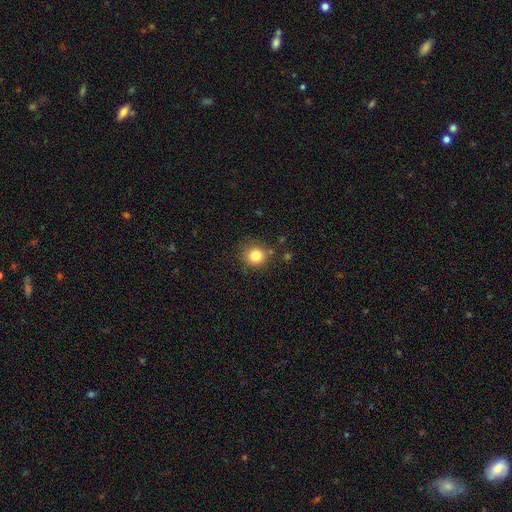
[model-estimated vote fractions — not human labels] The model was most divided on "merging": none: 81%, minor disturbance: 12%, merger: 4%, major disturbance: 4%. More confident: how rounded — round (88%); smooth or featured — smooth (81%).